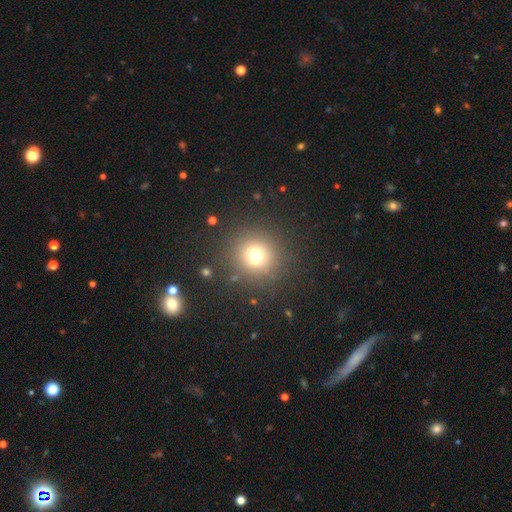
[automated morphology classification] A smooth galaxy with no disk features (71%) that is round (93%). Merging: none (87%).